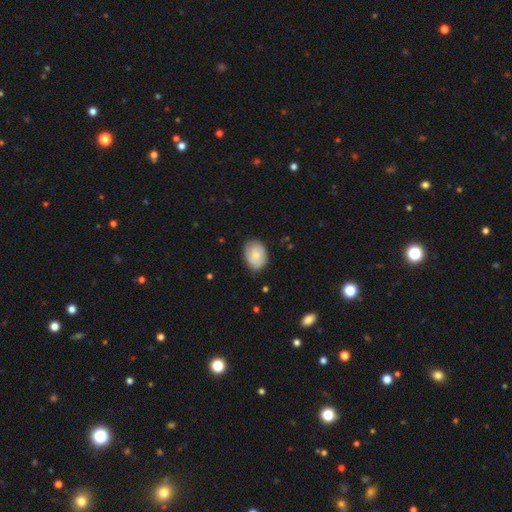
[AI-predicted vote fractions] smooth-or-featured: smooth: 70% | featured or disk: 24% | star or artifact: 7%
  how-rounded: in between: 70% | round: 29% | cigar-shaped: 1%
  merging: none: 76% | minor disturbance: 20% | major disturbance: 4% | merger: 1%